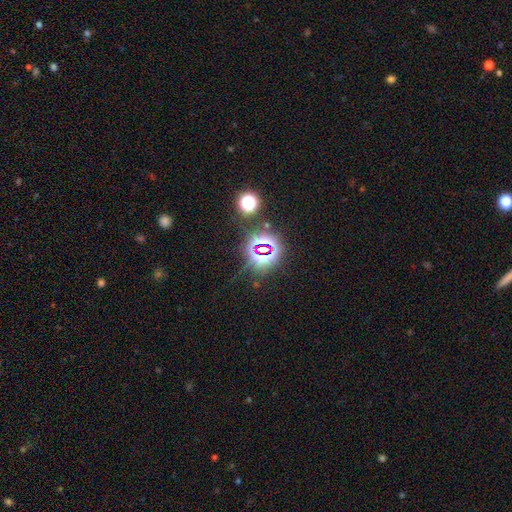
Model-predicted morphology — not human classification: A star or artifact, not a galaxy (77%).